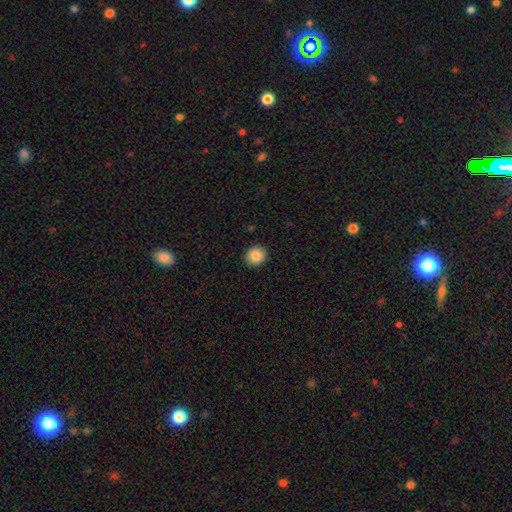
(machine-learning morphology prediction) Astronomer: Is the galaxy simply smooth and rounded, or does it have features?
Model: smooth — 87%.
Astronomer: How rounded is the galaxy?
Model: round — 85%.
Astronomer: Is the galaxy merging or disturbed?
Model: none — 92%.